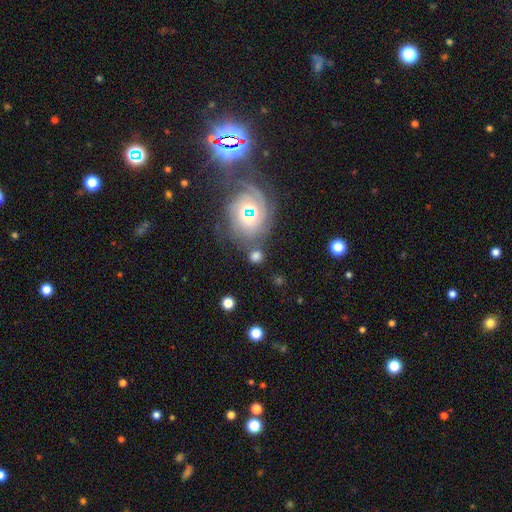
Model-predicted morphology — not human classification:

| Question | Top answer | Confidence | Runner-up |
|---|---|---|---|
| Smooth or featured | smooth | 64% | star or artifact (19%) |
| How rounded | round | 74% | in between (24%) |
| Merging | none | 67% | merger (14%) |